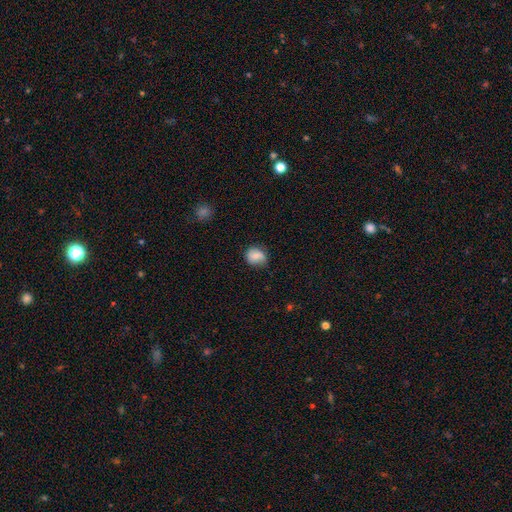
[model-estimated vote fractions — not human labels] Overall: smooth (73%). How rounded: round (66%; in between 33%). Merging: none (69%).